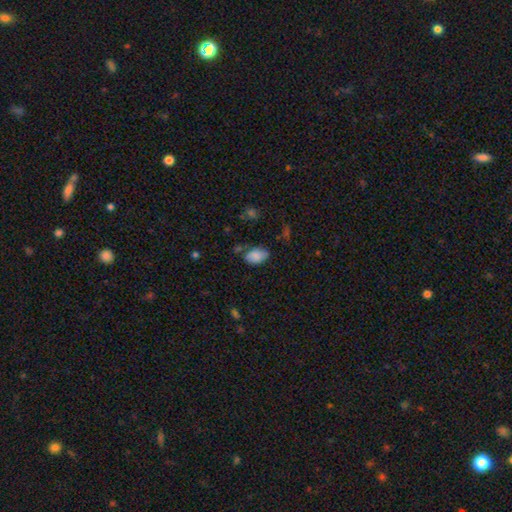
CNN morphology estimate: This appears to be a smooth galaxy with no disk features (83%) that is in between round and cigar-shaped (91%). Merging: none (68%).